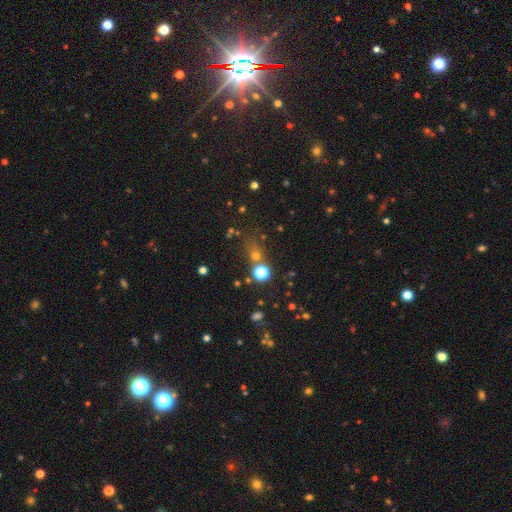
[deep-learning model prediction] A smooth galaxy with no disk features (55%) that is round (78%).

Vote fractions:
- Smooth or featured? smooth: 55% / star or artifact: 36% / featured or disk: 9%
- How rounded? round: 78% / in between: 20% / cigar-shaped: 2%
- Merging? none: 68% / merger: 15% / minor disturbance: 11% / major disturbance: 6%